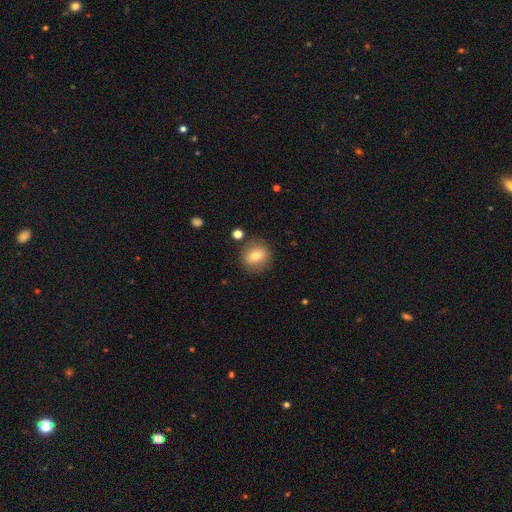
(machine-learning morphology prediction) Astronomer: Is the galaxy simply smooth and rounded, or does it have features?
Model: smooth — 71%.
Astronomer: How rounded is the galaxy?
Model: round — 79%.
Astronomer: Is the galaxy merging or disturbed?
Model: none — 84%.